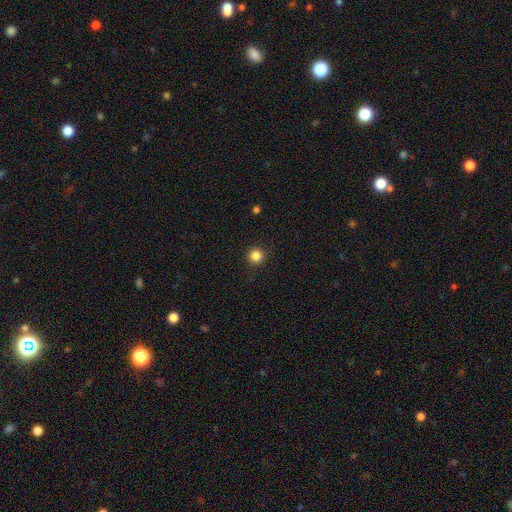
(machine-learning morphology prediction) This appears to be a smooth galaxy with no disk features (85%) that is round (95%). Merging: none (92%).